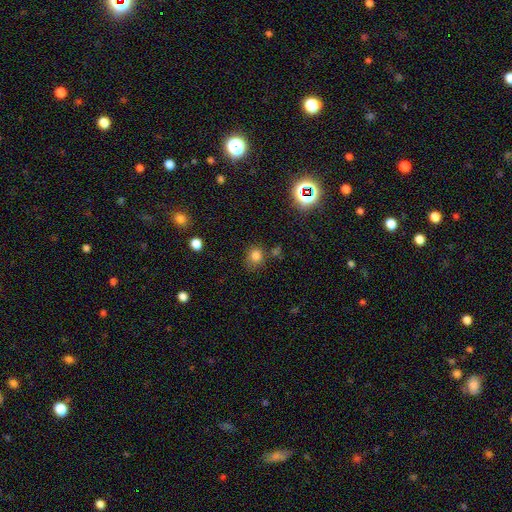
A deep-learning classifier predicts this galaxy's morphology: type=smooth (79%); roundness=round (76%); merging=none (66%).